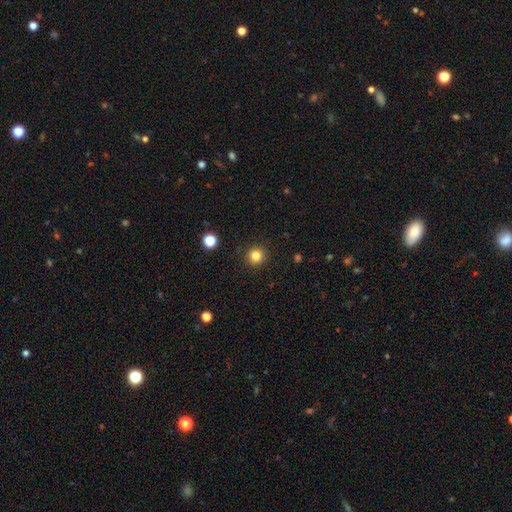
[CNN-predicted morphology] Smooth or featured? smooth (82%)
How rounded? round (94%)
Merging? none (92%)